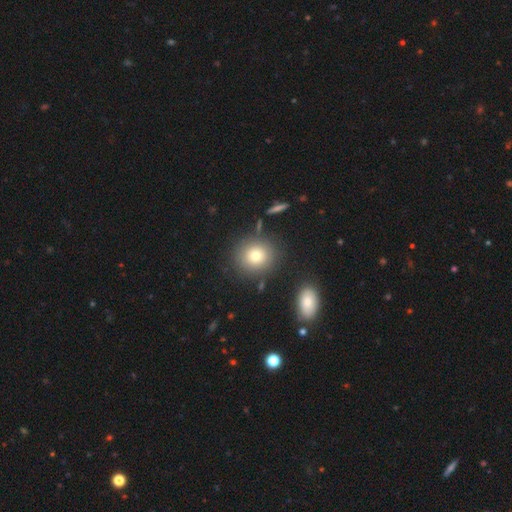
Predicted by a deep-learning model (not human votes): A smooth galaxy with no disk features (75%) that is round (84%).

Vote fractions:
- Smooth or featured? smooth: 75% / star or artifact: 13% / featured or disk: 12%
- How rounded? round: 84% / in between: 15% / cigar-shaped: 1%
- Merging? none: 83% / minor disturbance: 9% / merger: 5% / major disturbance: 3%